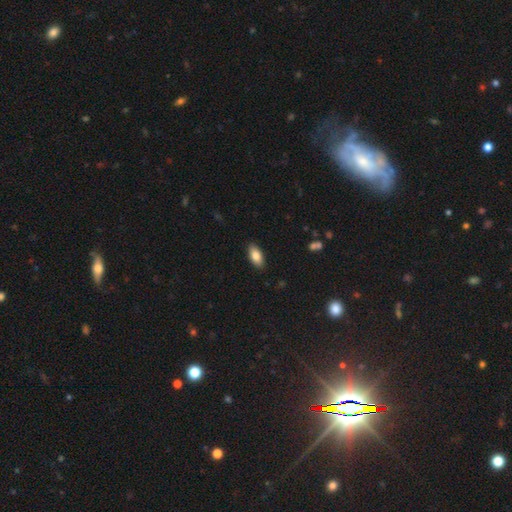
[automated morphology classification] smooth_or_featured: smooth (p=0.83) [alt: featured or disk p=0.10]
how_rounded: in between (p=0.91) [alt: cigar-shaped p=0.06]
merging: none (p=0.89) [alt: minor disturbance p=0.08]